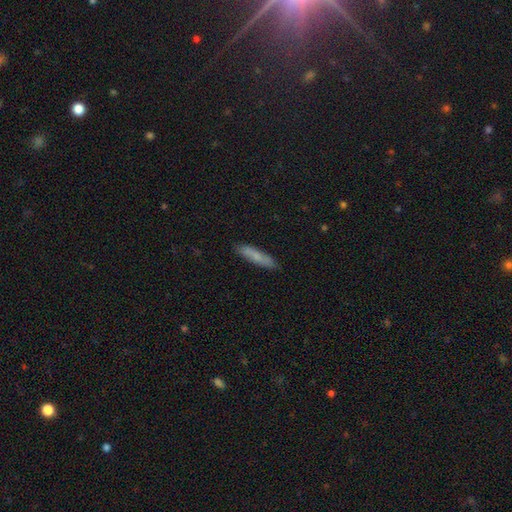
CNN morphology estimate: Smooth or featured: smooth — 74% (featured or disk — 20%)
How rounded: cigar-shaped — 84% (in between — 14%)
Merging: none — 85% (minor disturbance — 11%)